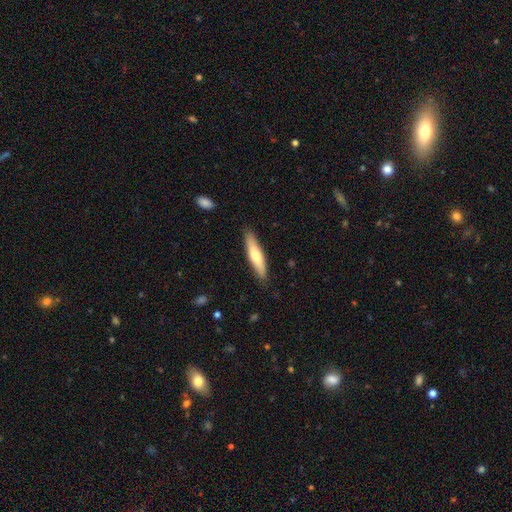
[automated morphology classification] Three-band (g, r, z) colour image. It shows a smooth galaxy with no disk features (61%) that is cigar-shaped (78%). Merging: none (88%).